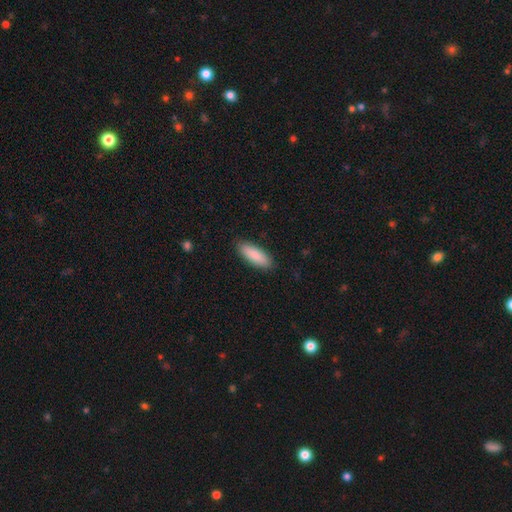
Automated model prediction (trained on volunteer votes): This appears to be a smooth galaxy with no disk features (89%) that is in between round and cigar-shaped (60%). Merging: none (89%).